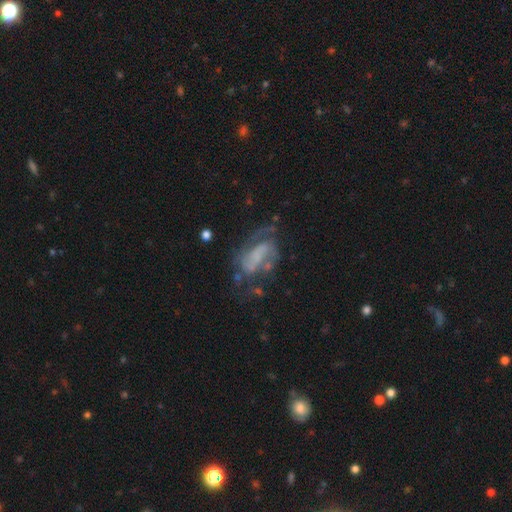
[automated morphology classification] Smooth or featured? featured or disk (69%)
Edge-on disk? no (96%)
Bar? no (51%)
Spiral arms? yes (71%)
Bulge size? none (57%)
Merging? none (41%)